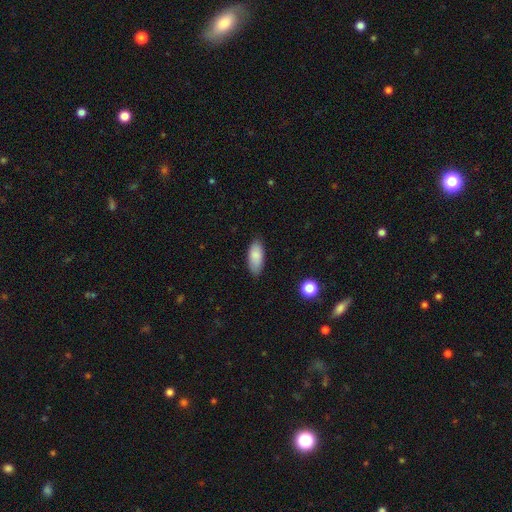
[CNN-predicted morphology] smooth 87%, star or artifact 7%, featured or disk 7%. Down the decision tree: how rounded — in between (85%); merging — none (83%).